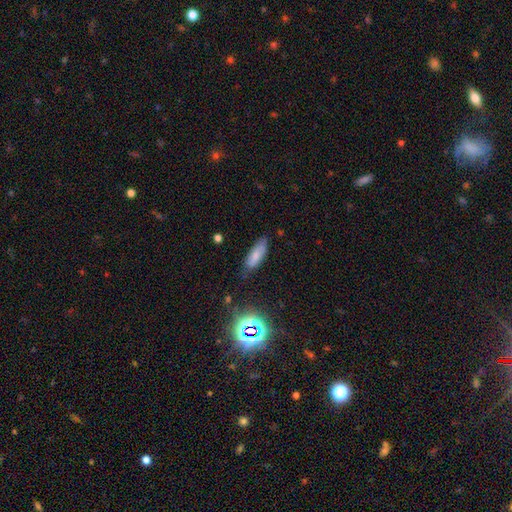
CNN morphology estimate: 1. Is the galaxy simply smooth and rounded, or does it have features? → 74% smooth, 16% featured or disk, 10% star or artifact.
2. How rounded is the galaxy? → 62% in between, 36% cigar-shaped, 2% round.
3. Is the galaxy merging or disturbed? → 70% none, 23% minor disturbance, 5% major disturbance, 2% merger.